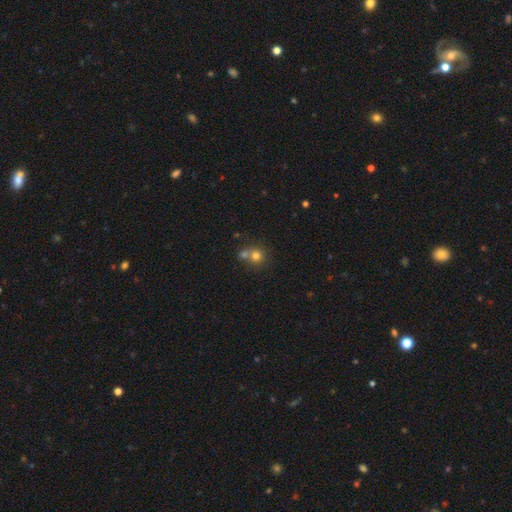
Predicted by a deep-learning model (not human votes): A smooth galaxy with no disk features (74%) that is round (85%).

Vote fractions:
- Smooth or featured? smooth: 74% / star or artifact: 13% / featured or disk: 12%
- How rounded? round: 85% / in between: 14% / cigar-shaped: 1%
- Merging? merger: 47% / none: 43% / minor disturbance: 7% / major disturbance: 3%